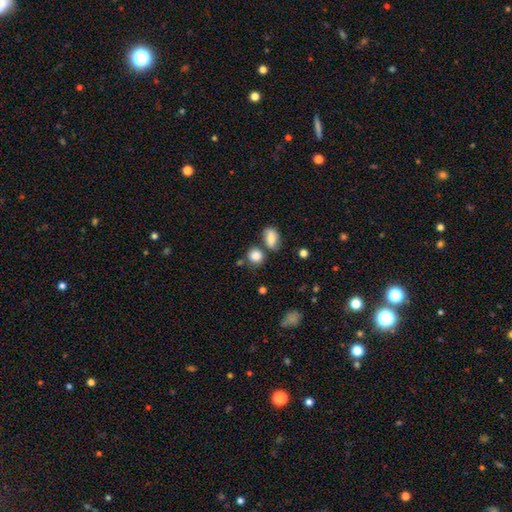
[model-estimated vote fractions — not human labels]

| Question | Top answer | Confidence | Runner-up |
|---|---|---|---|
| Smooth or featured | smooth | 83% | star or artifact (9%) |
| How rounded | round | 78% | in between (21%) |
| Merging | none | 58% | merger (22%) |